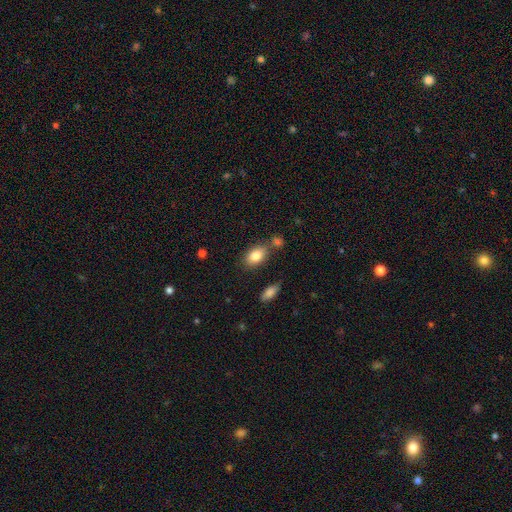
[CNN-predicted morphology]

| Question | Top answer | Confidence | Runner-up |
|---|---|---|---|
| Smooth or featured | smooth | 83% | featured or disk (10%) |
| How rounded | in between | 87% | round (11%) |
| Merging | none | 71% | minor disturbance (13%) |